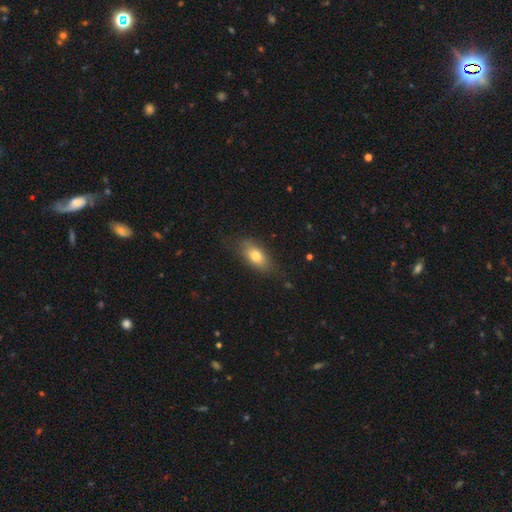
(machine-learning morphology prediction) Smooth or featured?
  - smooth: 76% *
  - featured or disk: 17%
  - star or artifact: 7%
How rounded?
  - in between: 82% *
  - cigar-shaped: 12%
  - round: 6%
Merging?
  - none: 76% *
  - minor disturbance: 18%
  - major disturbance: 5%
  - merger: 1%